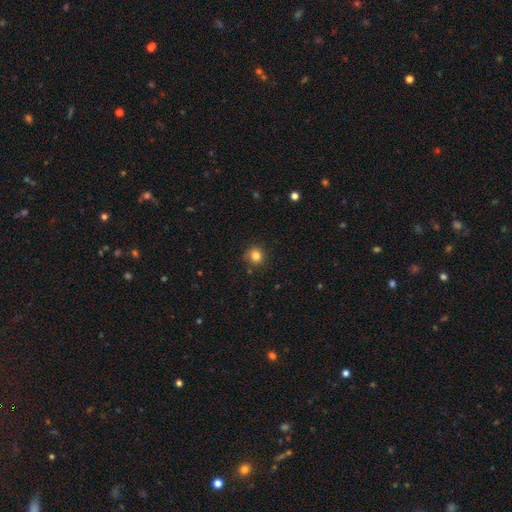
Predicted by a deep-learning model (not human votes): smooth_or_featured: smooth (p=0.82) [alt: star or artifact p=0.12]
how_rounded: round (p=0.86) [alt: in between p=0.13]
merging: none (p=0.84) [alt: minor disturbance p=0.11]